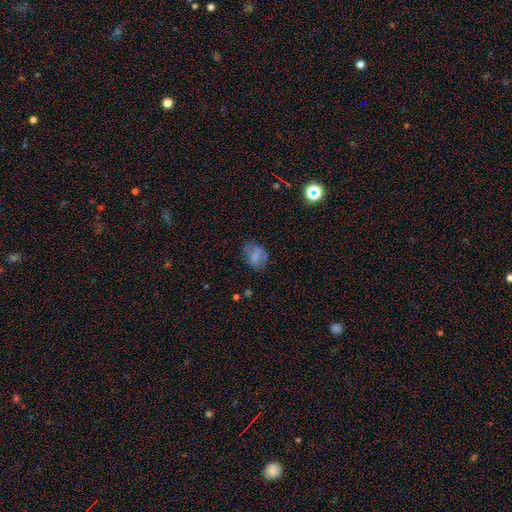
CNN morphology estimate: Smooth or featured?
  - smooth: 68% *
  - featured or disk: 21%
  - star or artifact: 12%
How rounded?
  - in between: 70% *
  - round: 28%
  - cigar-shaped: 1%
Merging?
  - none: 66% *
  - minor disturbance: 21%
  - major disturbance: 10%
  - merger: 3%